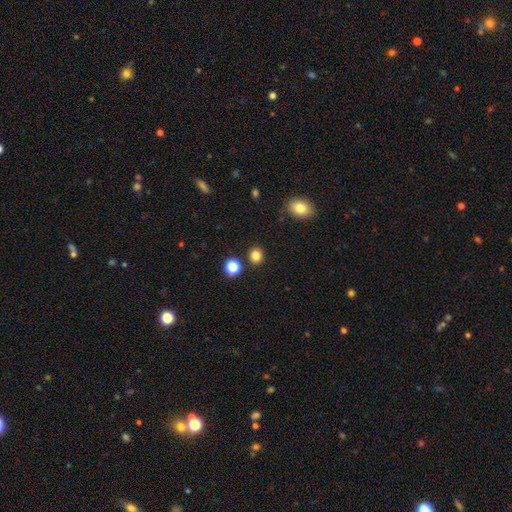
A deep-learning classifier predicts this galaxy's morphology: This is clearly a smooth galaxy (83%). How rounded: clearly round (82%). Merging: clearly none (87%).